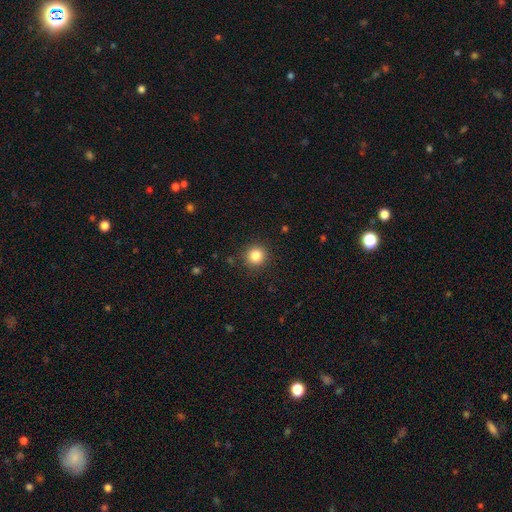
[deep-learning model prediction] Morphology: type=smooth (84%); roundness=round (93%); merging=none (90%).